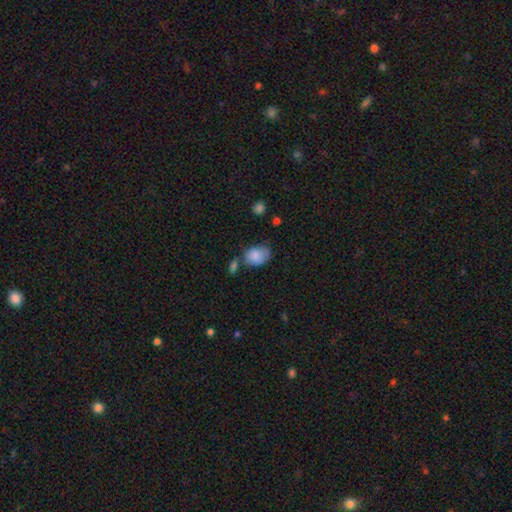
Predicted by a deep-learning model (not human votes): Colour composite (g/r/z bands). It shows a smooth galaxy with no disk features (83%) that is in between round and cigar-shaped (82%). Merging: none (50%).